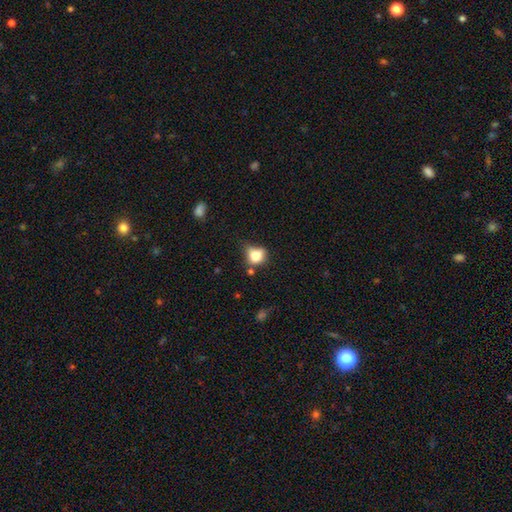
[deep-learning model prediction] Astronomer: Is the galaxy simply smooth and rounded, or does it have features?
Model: smooth — 79%.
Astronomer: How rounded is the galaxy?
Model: round — 55% (runner-up: in between, 44%).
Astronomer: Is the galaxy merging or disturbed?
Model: none — 38% (runner-up: minor disturbance, 34%).